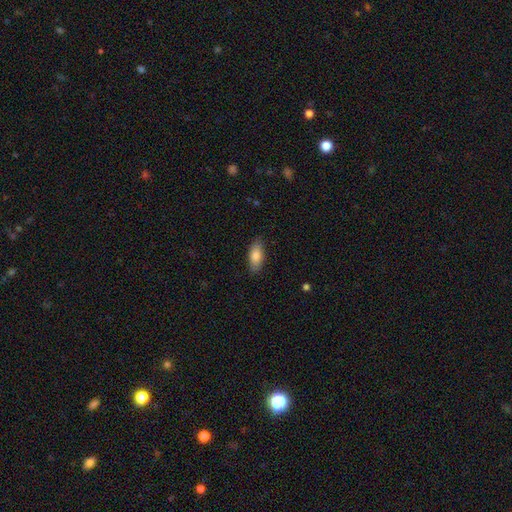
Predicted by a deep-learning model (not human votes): Smooth or featured?
  - smooth: 82% *
  - featured or disk: 12%
  - star or artifact: 6%
How rounded?
  - in between: 84% *
  - cigar-shaped: 13%
  - round: 2%
Merging?
  - none: 85% *
  - minor disturbance: 11%
  - major disturbance: 2%
  - merger: 1%